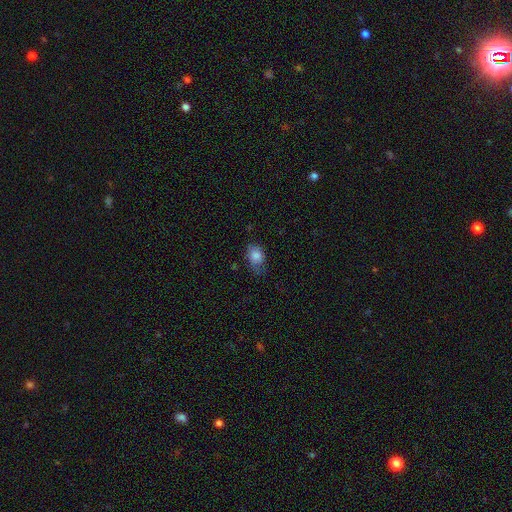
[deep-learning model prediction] Morphology: type=smooth (81%); roundness=in between (76%); merging=none (56%).